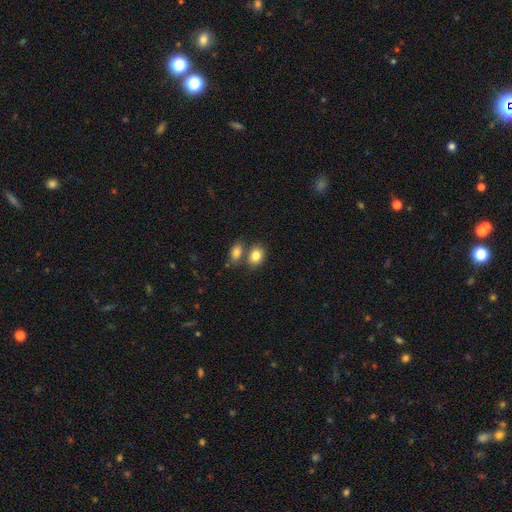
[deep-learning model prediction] smooth-or-featured: smooth: 83% | star or artifact: 8% | featured or disk: 8%
  how-rounded: in between: 68% | round: 30% | cigar-shaped: 1%
  merging: none: 50% | merger: 36% | minor disturbance: 11% | major disturbance: 3%